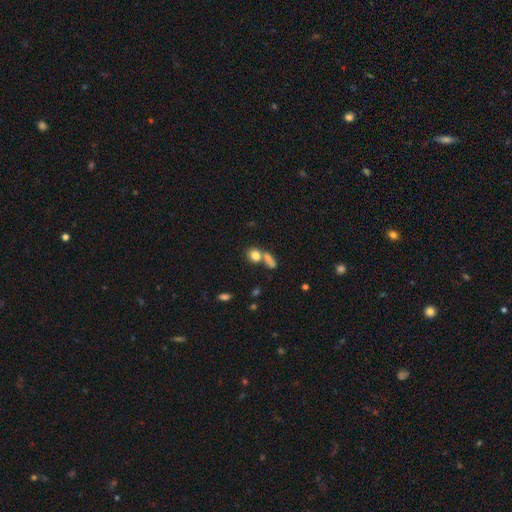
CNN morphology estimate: type=smooth (79%); roundness=round (63%); merging=none (45%).